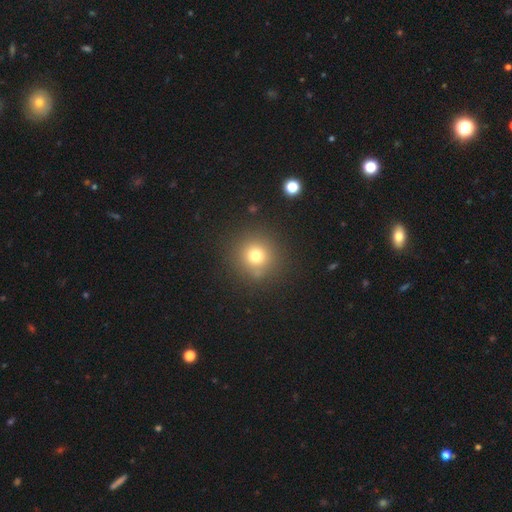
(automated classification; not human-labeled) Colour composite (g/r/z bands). It shows a smooth galaxy with no disk features (73%) that is round (94%). Merging: none (86%).